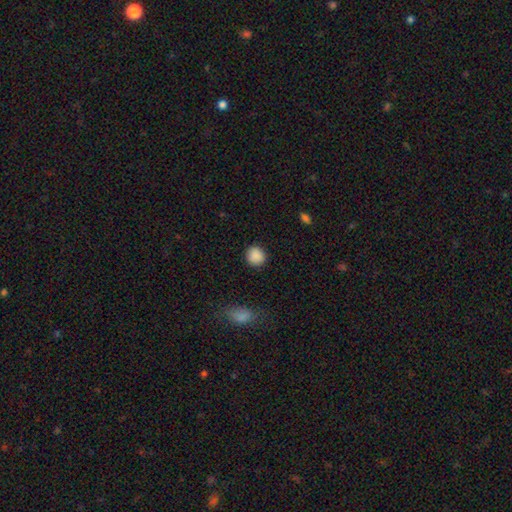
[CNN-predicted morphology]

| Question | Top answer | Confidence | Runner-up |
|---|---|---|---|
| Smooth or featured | smooth | 89% | star or artifact (8%) |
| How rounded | round | 87% | in between (12%) |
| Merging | none | 87% | minor disturbance (9%) |